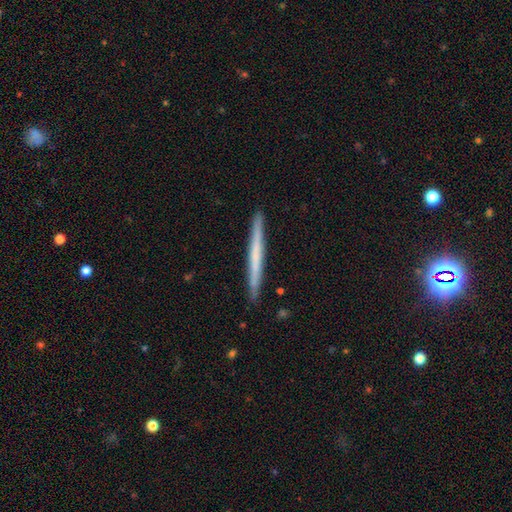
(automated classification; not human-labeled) This is possibly a smooth galaxy (52%). How rounded: clearly cigar-shaped (97%). Merging: clearly none (92%).